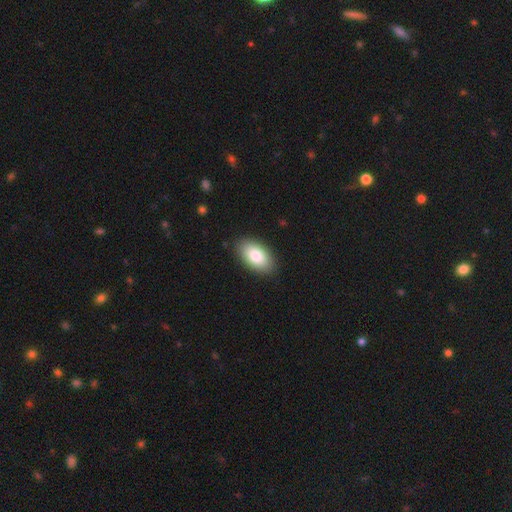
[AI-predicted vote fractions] smooth_or_featured: smooth (p=0.84) [alt: featured or disk p=0.10]
how_rounded: in between (p=0.95) [alt: round p=0.03]
merging: none (p=0.88) [alt: minor disturbance p=0.09]